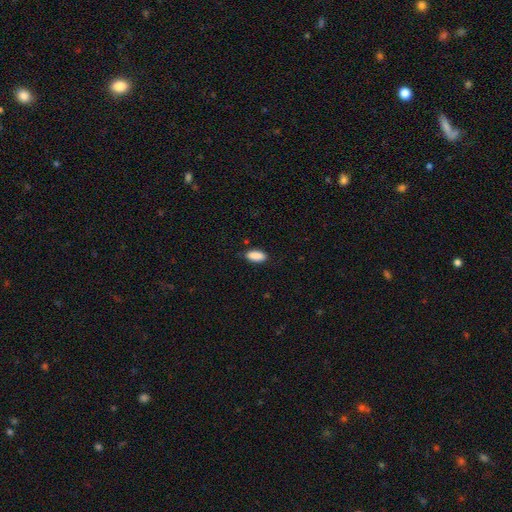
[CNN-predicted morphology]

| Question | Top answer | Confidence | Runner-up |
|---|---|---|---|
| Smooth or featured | smooth | 90% | star or artifact (7%) |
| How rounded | in between | 87% | cigar-shaped (11%) |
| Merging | none | 83% | minor disturbance (13%) |